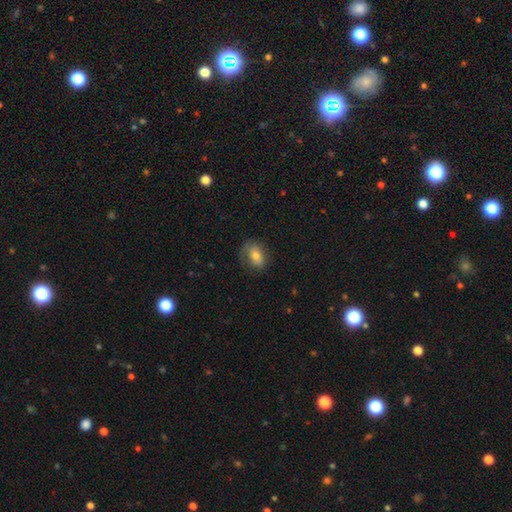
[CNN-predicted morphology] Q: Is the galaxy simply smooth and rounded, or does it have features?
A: smooth — 71%.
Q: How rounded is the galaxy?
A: in between — 73%.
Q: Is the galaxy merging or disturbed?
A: none — 70%.